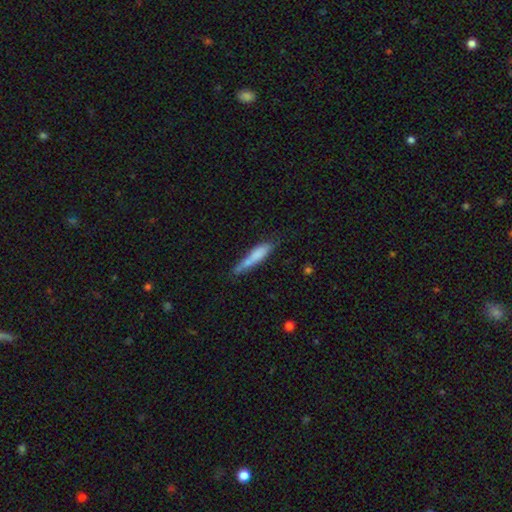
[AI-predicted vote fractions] Overall: smooth (73%). How rounded: cigar-shaped (85%). Merging: none (56%; minor disturbance 28%).